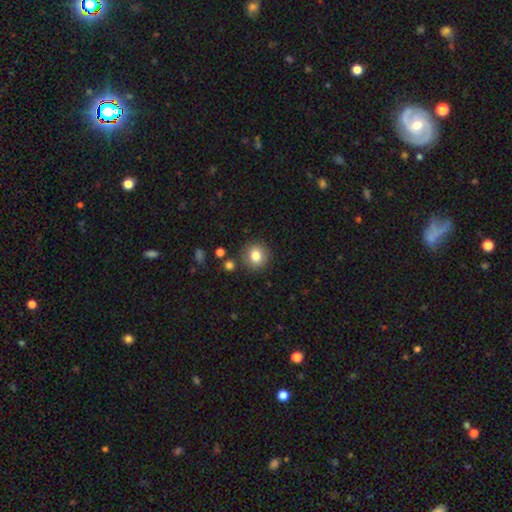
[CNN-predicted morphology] type=smooth (82%); roundness=round (87%); merging=none (86%).